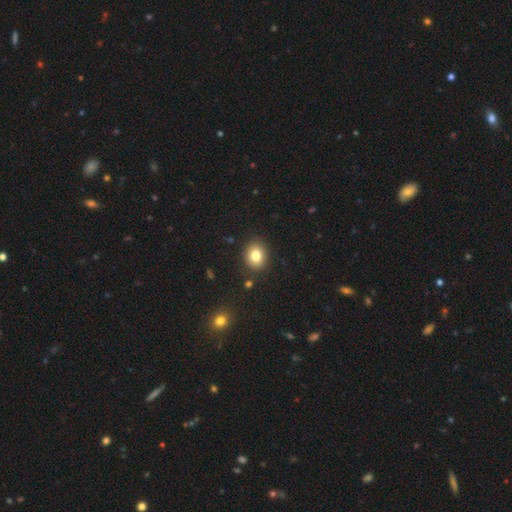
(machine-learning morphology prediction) smooth-or-featured: smooth: 80% | star or artifact: 11% | featured or disk: 9%
  how-rounded: round: 56% | in between: 44% | cigar-shaped: 1%
  merging: none: 87% | minor disturbance: 9% | major disturbance: 2% | merger: 2%